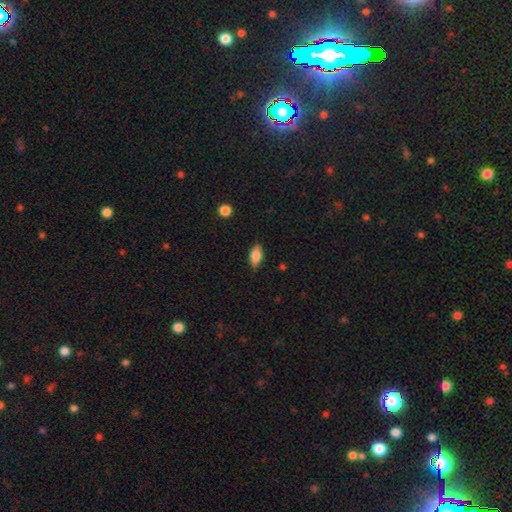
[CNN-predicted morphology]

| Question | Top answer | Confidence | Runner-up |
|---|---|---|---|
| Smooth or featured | smooth | 77% | featured or disk (16%) |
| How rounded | in between | 86% | cigar-shaped (10%) |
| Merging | none | 83% | minor disturbance (13%) |